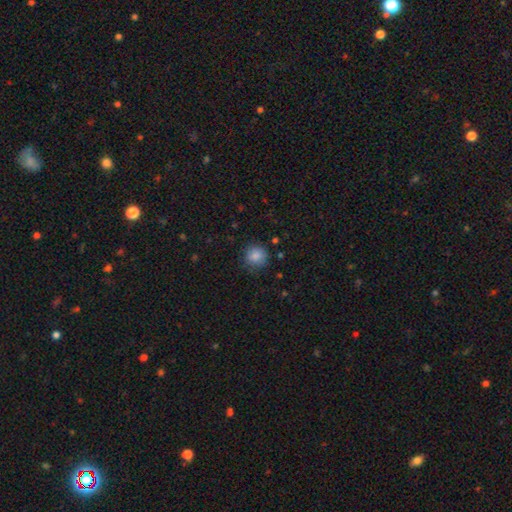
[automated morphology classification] Smooth or featured? Predicted: smooth (p=0.86). How rounded? Predicted: round (p=0.89). Merging? Predicted: none (p=0.83).